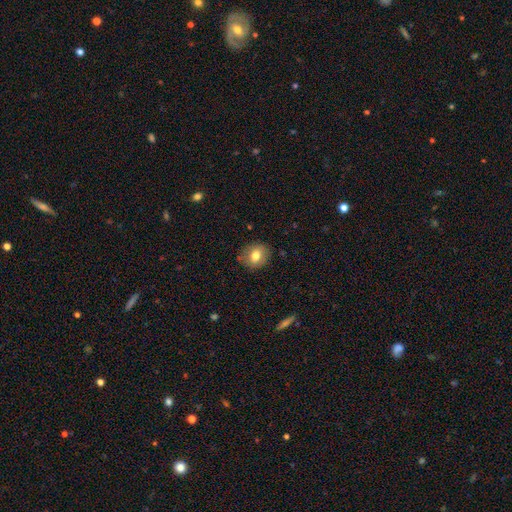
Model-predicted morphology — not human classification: Smooth or featured? Predicted: smooth (p=0.76). How rounded? Predicted: round (p=0.68). Merging? Predicted: none (p=0.83).